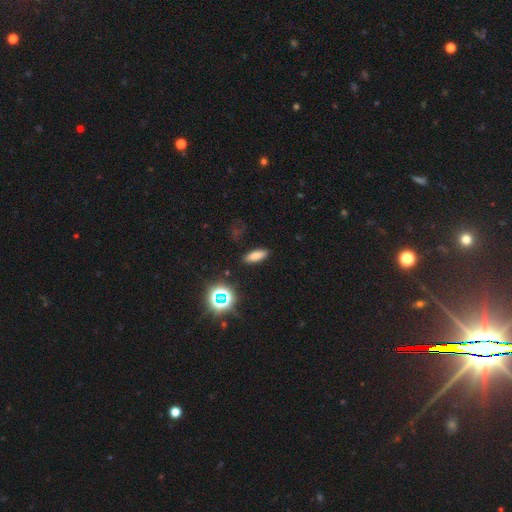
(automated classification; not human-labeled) Q: Smooth or featured?
A: smooth (76%); runner-up: star or artifact (16%)
Q: How rounded?
A: in between (60%); runner-up: cigar-shaped (35%)
Q: Merging?
A: none (87%); runner-up: minor disturbance (8%)